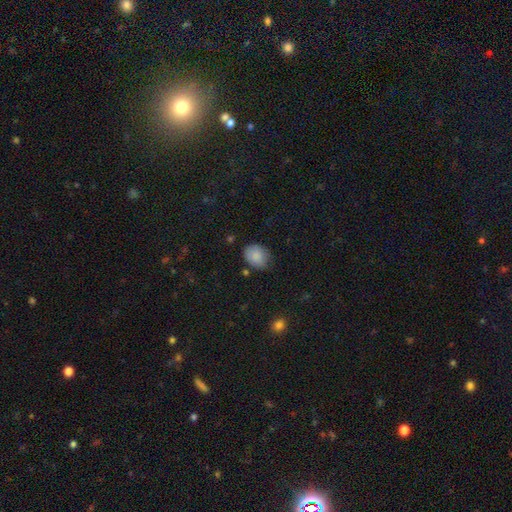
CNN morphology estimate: Smooth or featured?
  - smooth: 85% *
  - star or artifact: 8%
  - featured or disk: 7%
How rounded?
  - in between: 59% *
  - round: 40%
  - cigar-shaped: 1%
Merging?
  - none: 68% *
  - minor disturbance: 25%
  - major disturbance: 5%
  - merger: 3%